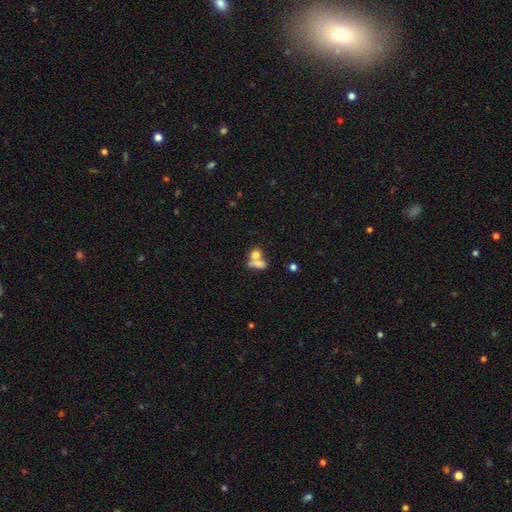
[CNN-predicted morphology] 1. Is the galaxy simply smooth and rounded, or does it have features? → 74% smooth, 16% featured or disk, 10% star or artifact.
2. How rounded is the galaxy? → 49% in between, 45% round, 6% cigar-shaped.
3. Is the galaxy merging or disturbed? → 60% merger, 27% none, 7% minor disturbance, 5% major disturbance.